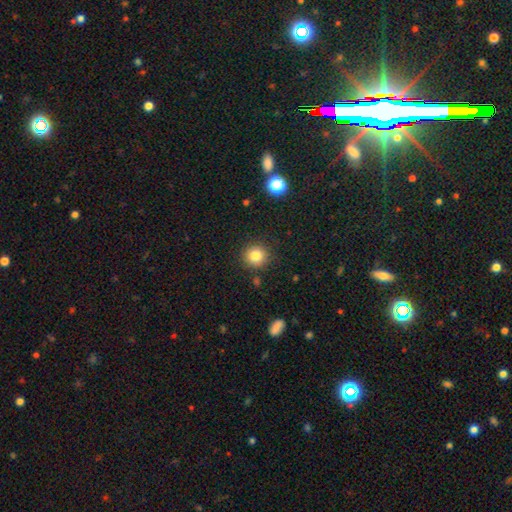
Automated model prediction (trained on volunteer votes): Morphology: type=smooth (82%); roundness=round (92%); merging=none (88%).